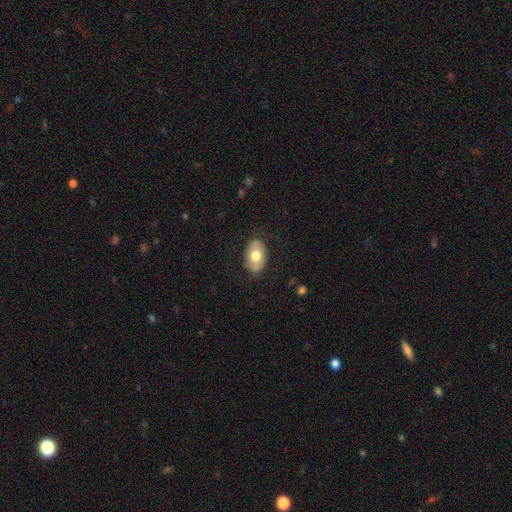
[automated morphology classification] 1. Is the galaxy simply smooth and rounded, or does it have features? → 70% smooth, 24% featured or disk, 6% star or artifact.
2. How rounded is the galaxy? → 89% in between, 9% round, 1% cigar-shaped.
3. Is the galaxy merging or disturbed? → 83% none, 12% minor disturbance, 3% major disturbance, 1% merger.